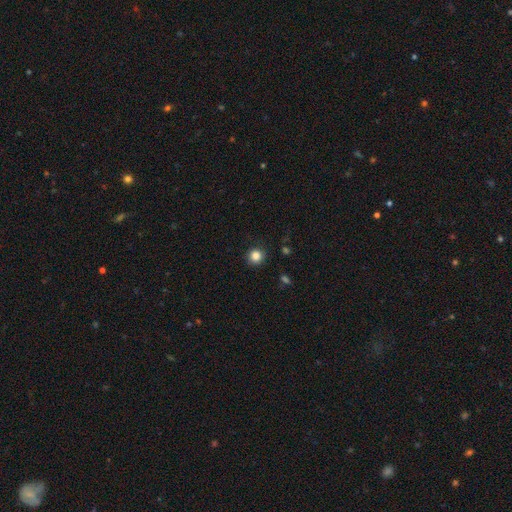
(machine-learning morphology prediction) A smooth galaxy with no disk features (85%) that is round (92%). Merging: none (88%).